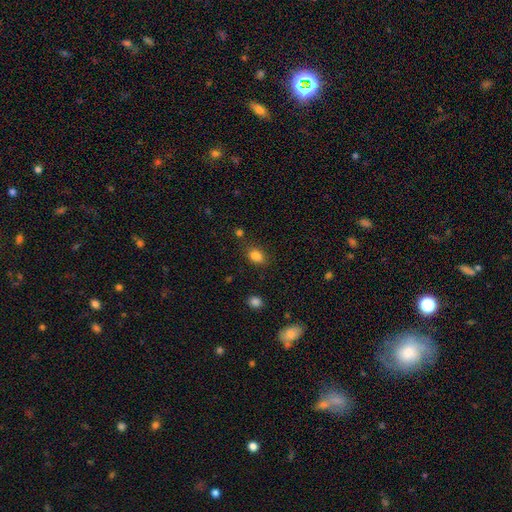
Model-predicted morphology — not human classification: Smooth or featured?
  - smooth: 84% *
  - star or artifact: 11%
  - featured or disk: 5%
How rounded?
  - in between: 75% *
  - round: 23%
  - cigar-shaped: 2%
Merging?
  - none: 77% *
  - minor disturbance: 15%
  - merger: 4%
  - major disturbance: 4%